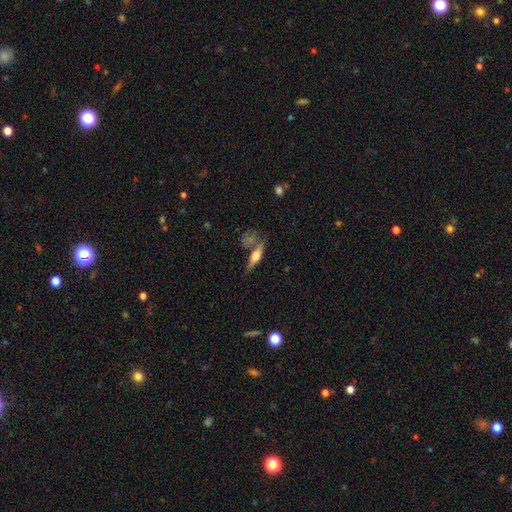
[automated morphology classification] featured or disk 56%, smooth 37%, star or artifact 7%. Down the decision tree: edge-on disk — yes (94%); edge-on bulge — rounded (89%); merging — none (66%).